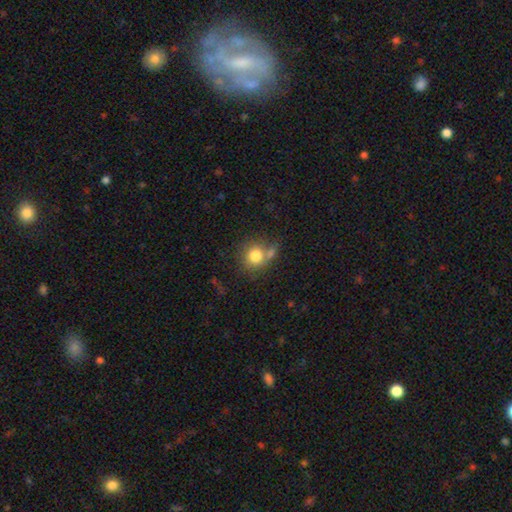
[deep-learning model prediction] smooth-or-featured: smooth: 79% | featured or disk: 11% | star or artifact: 10%
  how-rounded: round: 86% | in between: 13% | cigar-shaped: 1%
  merging: none: 56% | merger: 23% | minor disturbance: 15% | major disturbance: 6%